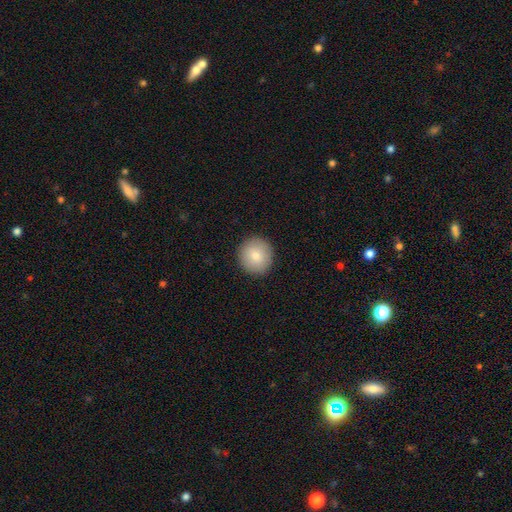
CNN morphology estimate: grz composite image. It shows a smooth galaxy with no disk features (82%) that is round (90%). Merging: none (91%).